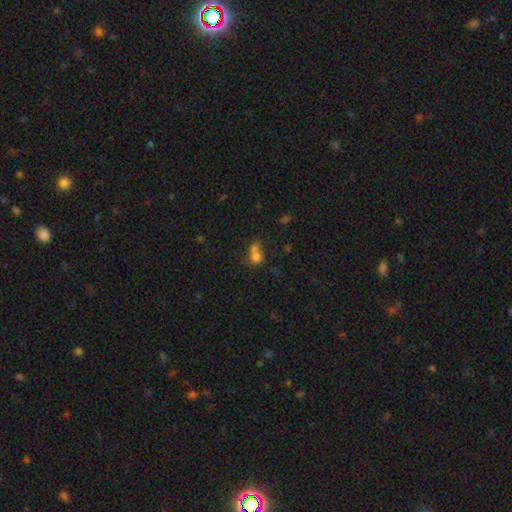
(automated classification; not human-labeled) The model was most divided on "merging": merger: 59%, none: 27%, minor disturbance: 8%, major disturbance: 6%. More confident: smooth or featured — smooth (72%); how rounded — round (68%).